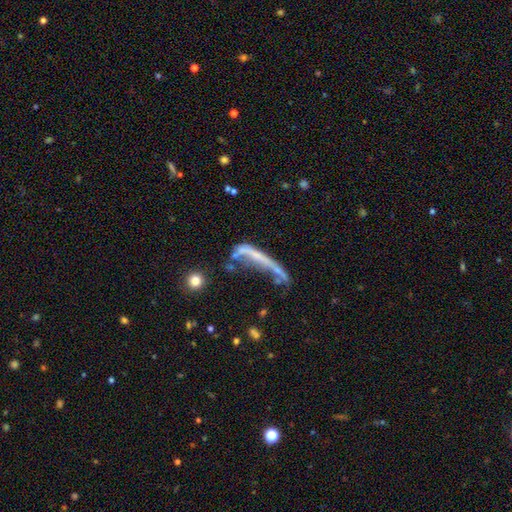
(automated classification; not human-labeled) Q: Smooth or featured?
A: featured or disk (53%); runner-up: smooth (35%)
Q: Edge-on disk?
A: yes (57%); runner-up: no (43%)
Q: Merging?
A: major disturbance (33%); runner-up: none (28%)